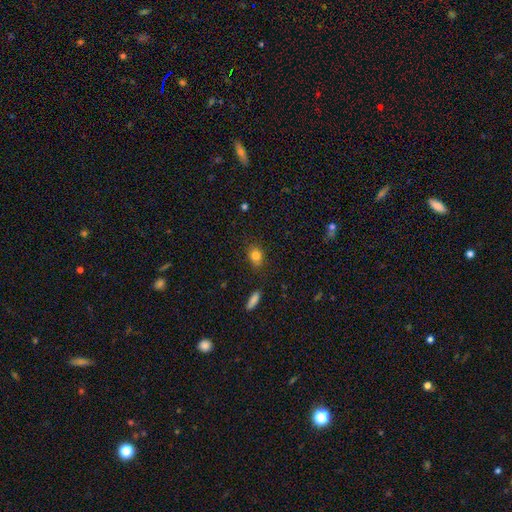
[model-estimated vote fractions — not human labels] The model was most divided on "how rounded": in between: 63%, round: 35%, cigar-shaped: 2%. More confident: merging — none (82%); smooth or featured — smooth (81%).